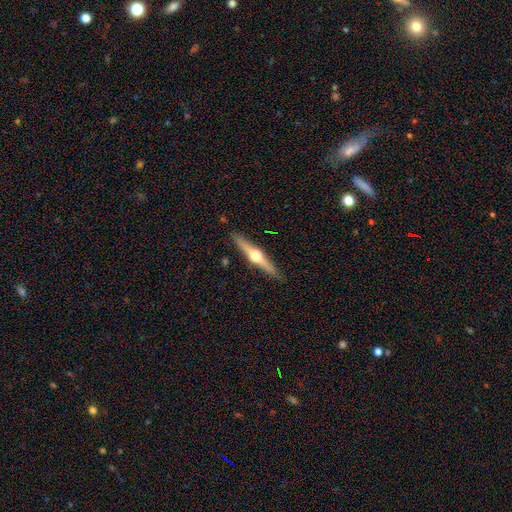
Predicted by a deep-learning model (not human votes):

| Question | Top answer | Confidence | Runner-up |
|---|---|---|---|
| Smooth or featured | featured or disk | 73% | smooth (22%) |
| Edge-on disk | yes | 98% | no (2%) |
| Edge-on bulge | rounded | 96% | boxy (2%) |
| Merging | none | 90% | minor disturbance (8%) |